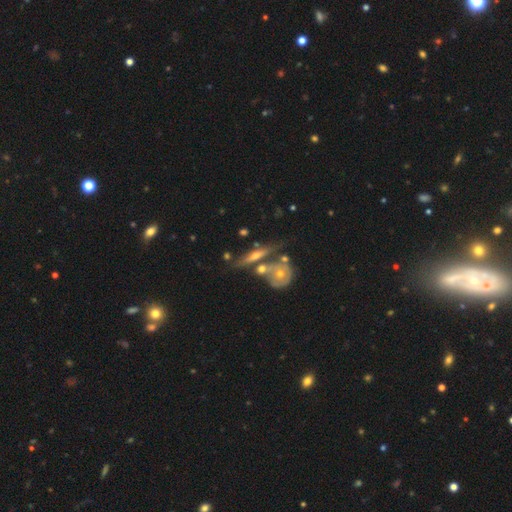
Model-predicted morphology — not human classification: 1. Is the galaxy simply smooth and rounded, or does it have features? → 69% featured or disk, 23% smooth, 8% star or artifact.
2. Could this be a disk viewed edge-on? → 82% yes, 18% no.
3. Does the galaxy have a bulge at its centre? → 80% rounded, 15% none, 5% boxy.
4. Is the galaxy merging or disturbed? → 53% none, 27% merger, 14% minor disturbance, 5% major disturbance.